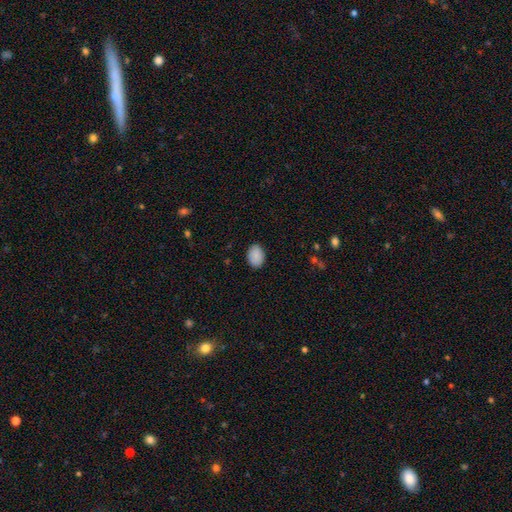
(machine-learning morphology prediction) smooth-or-featured: smooth: 90% | star or artifact: 7% | featured or disk: 3%
  how-rounded: in between: 79% | round: 20% | cigar-shaped: 1%
  merging: none: 88% | minor disturbance: 9% | major disturbance: 2% | merger: 1%